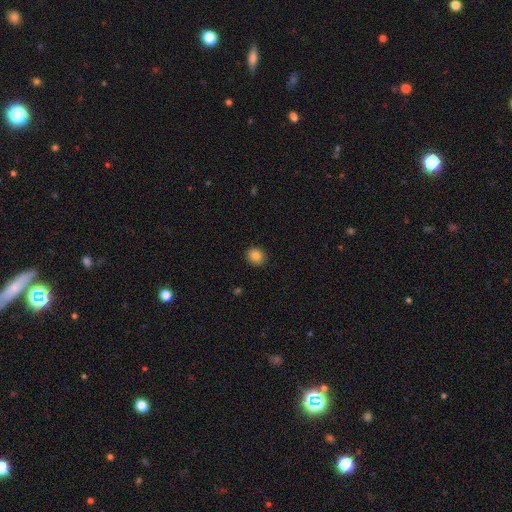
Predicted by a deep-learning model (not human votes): Smooth or featured? Predicted: smooth (p=0.84). How rounded? Predicted: round (p=0.79). Merging? Predicted: none (p=0.91).